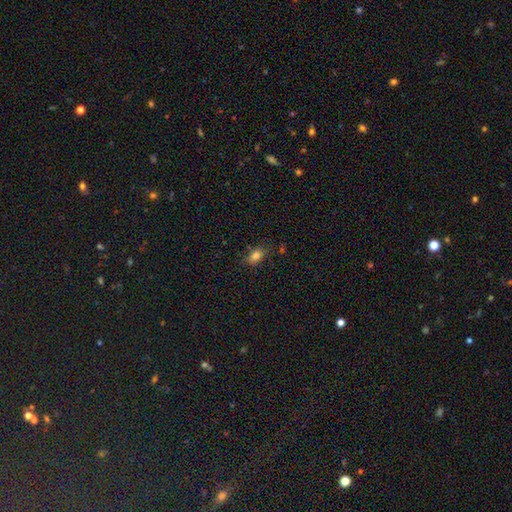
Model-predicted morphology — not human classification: A smooth galaxy with no disk features (80%) that is in between round and cigar-shaped (82%). Merging: none (73%).